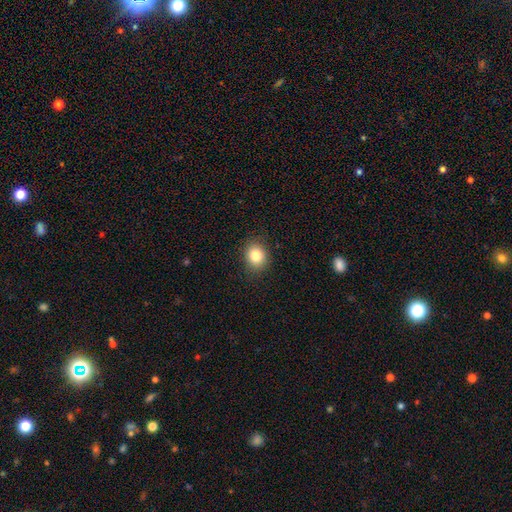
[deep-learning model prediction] This appears to be a smooth galaxy with no disk features (83%) that is round (68%). Merging: none (87%).